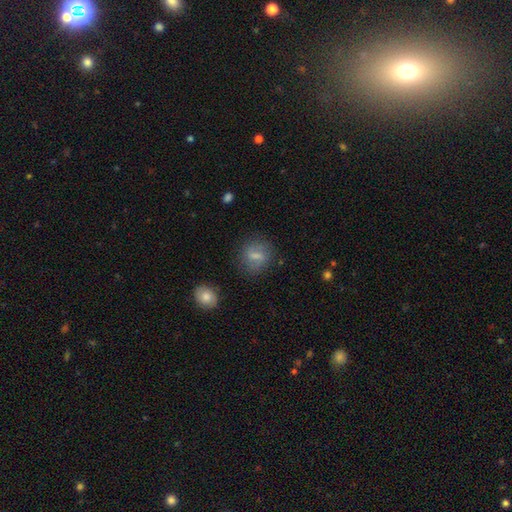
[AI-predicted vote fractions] This appears to be a smooth galaxy with no disk features (60%) that is round (60%). Merging: none (74%).